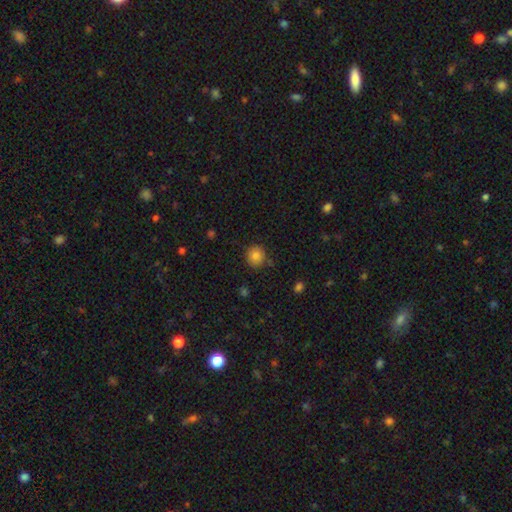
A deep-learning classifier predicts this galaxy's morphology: This appears to be a smooth galaxy with no disk features (83%) that is round (87%). Merging: none (83%).